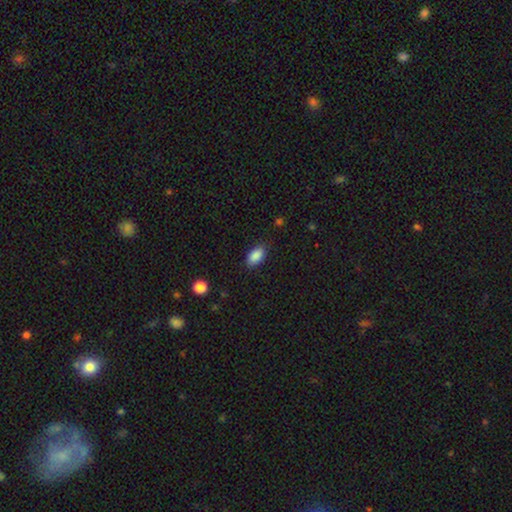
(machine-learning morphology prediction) This appears to be a smooth galaxy with no disk features (88%) that is in between round and cigar-shaped (92%). Merging: none (83%).